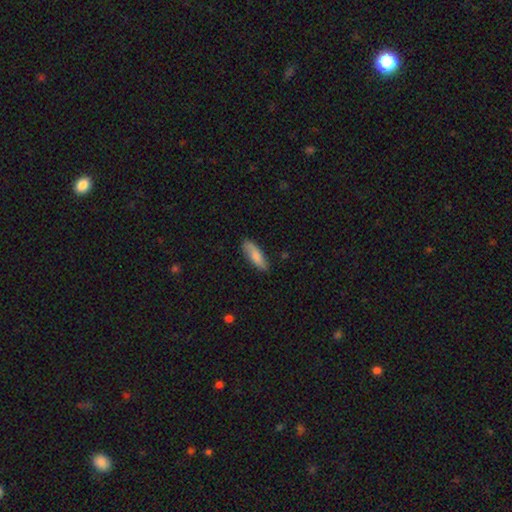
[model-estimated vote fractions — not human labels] Smooth or featured: smooth — 76% (featured or disk — 18%)
How rounded: in between — 57% (cigar-shaped — 41%)
Merging: none — 79% (minor disturbance — 17%)